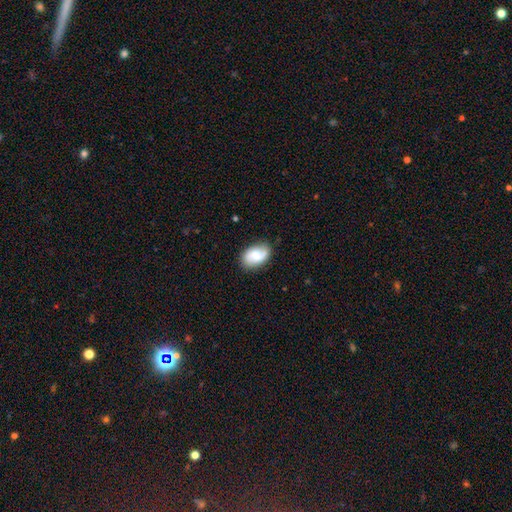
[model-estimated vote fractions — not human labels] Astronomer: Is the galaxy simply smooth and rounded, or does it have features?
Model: smooth — 55% (runner-up: featured or disk, 37%).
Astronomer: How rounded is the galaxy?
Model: in between — 88%.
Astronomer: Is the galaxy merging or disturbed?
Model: none — 77%.